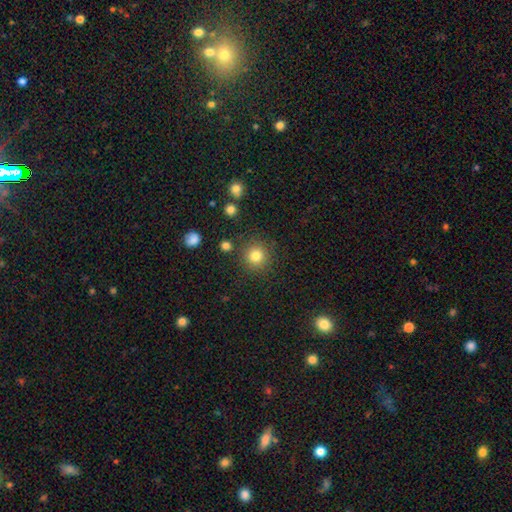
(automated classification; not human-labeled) Morphology: type=smooth (82%); roundness=round (93%); merging=none (86%).